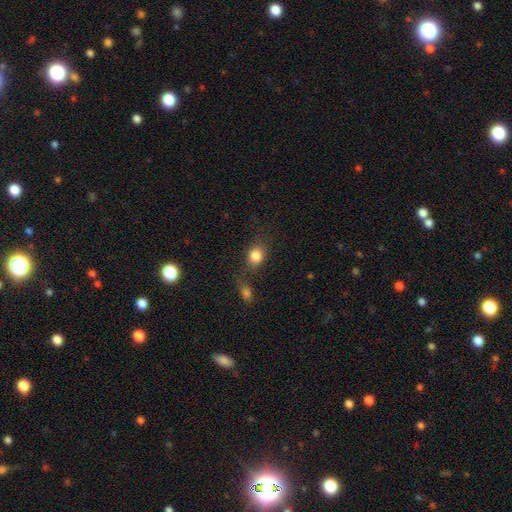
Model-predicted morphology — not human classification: This appears to be a smooth galaxy with no disk features (82%) that is round (60%). Merging: none (59%).